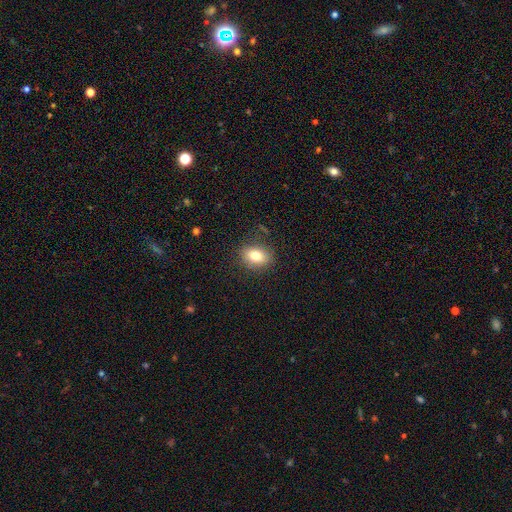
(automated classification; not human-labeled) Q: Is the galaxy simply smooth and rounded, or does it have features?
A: smooth — 78%.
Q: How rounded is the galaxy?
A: in between — 68%.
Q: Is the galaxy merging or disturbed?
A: none — 85%.